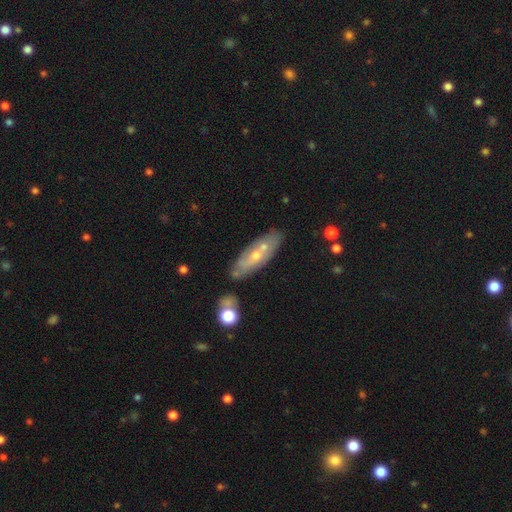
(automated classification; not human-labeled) smooth-or-featured: featured or disk: 57% | smooth: 35% | star or artifact: 7%
  disk-edge-on: no: 70% | yes: 30%
  merging: none: 69% | minor disturbance: 16% | merger: 10% | major disturbance: 4%